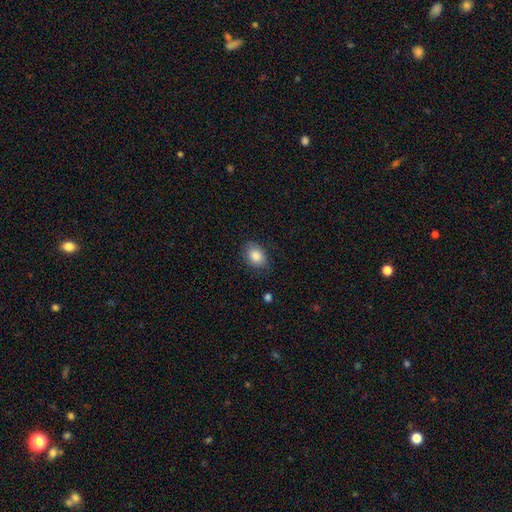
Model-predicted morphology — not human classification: Smooth or featured? smooth (86%)
How rounded? in between (74%)
Merging? none (79%)